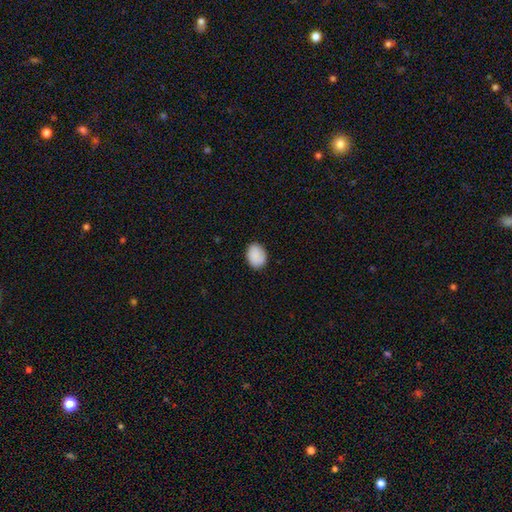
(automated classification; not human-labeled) Smooth or featured: smooth — 90% (star or artifact — 7%)
How rounded: in between — 66% (round — 33%)
Merging: none — 85% (minor disturbance — 12%)